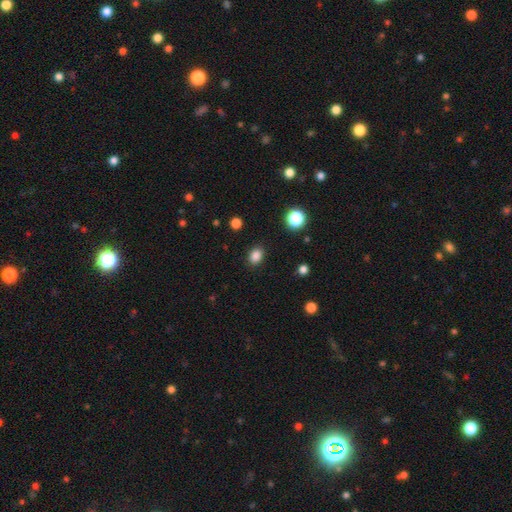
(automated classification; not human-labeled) This is clearly a smooth galaxy (85%). How rounded: likely in between (65%). Merging: clearly none (88%).